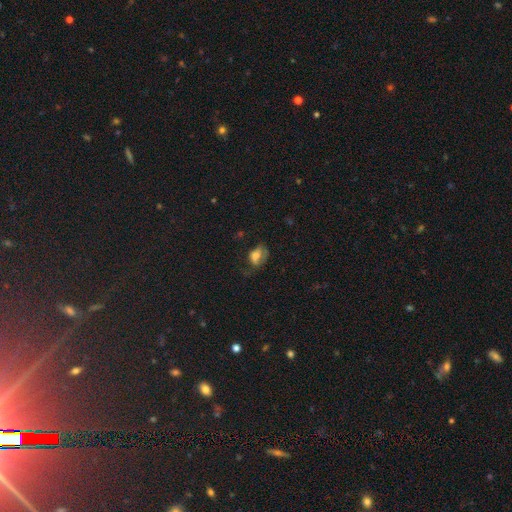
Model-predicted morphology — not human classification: This is likely a smooth galaxy (61%). How rounded: likely in between (80%). Merging: marginally major disturbance (35%).